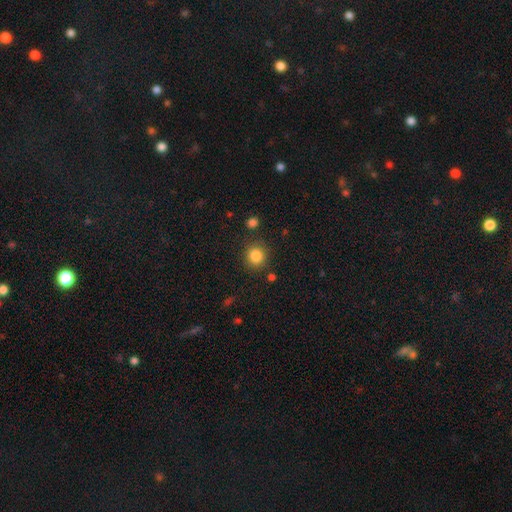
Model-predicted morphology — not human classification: smooth 85%, star or artifact 11%, featured or disk 5%. Down the decision tree: how rounded — round (89%); merging — none (86%).